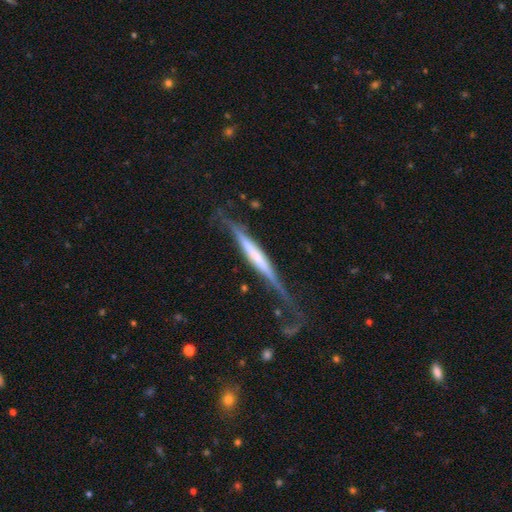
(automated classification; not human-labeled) Smooth or featured? featured or disk (64%)
Edge-on disk? yes (92%)
Edge-on bulge? none (61%)
Merging? none (53%)